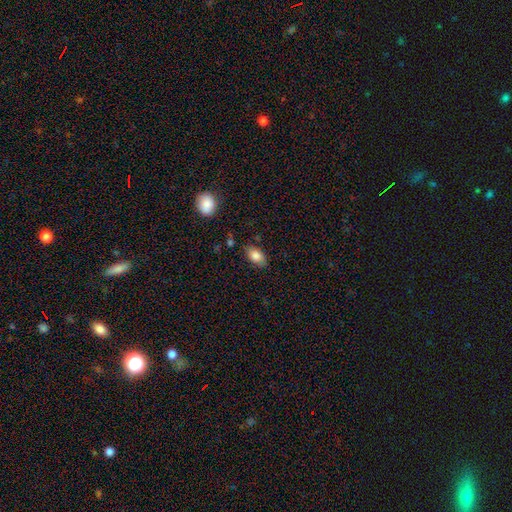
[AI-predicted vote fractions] Smooth or featured? Predicted: smooth (p=0.84). How rounded? Predicted: in between (p=0.91). Merging? Predicted: none (p=0.81).